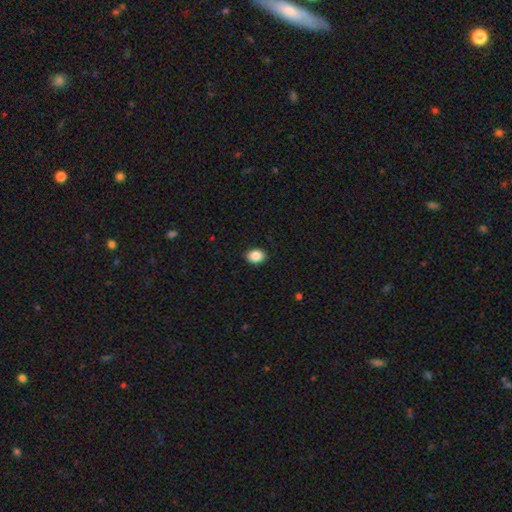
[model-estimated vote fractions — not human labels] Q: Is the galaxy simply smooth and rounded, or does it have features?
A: smooth — 87%.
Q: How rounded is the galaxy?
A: in between — 58%.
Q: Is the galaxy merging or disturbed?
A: none — 90%.